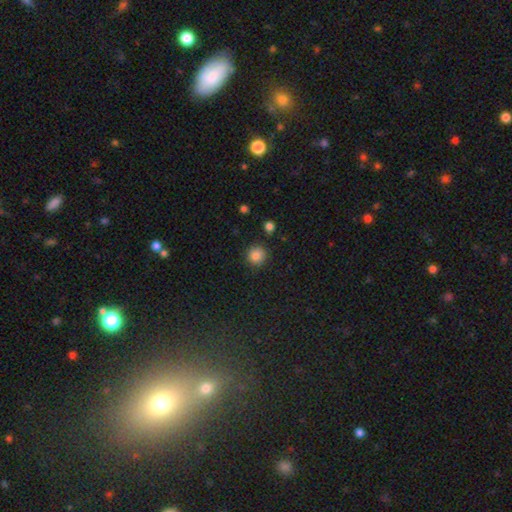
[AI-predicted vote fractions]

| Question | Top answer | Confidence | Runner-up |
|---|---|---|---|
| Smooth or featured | smooth | 86% | star or artifact (11%) |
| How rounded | round | 93% | in between (6%) |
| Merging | none | 88% | minor disturbance (7%) |